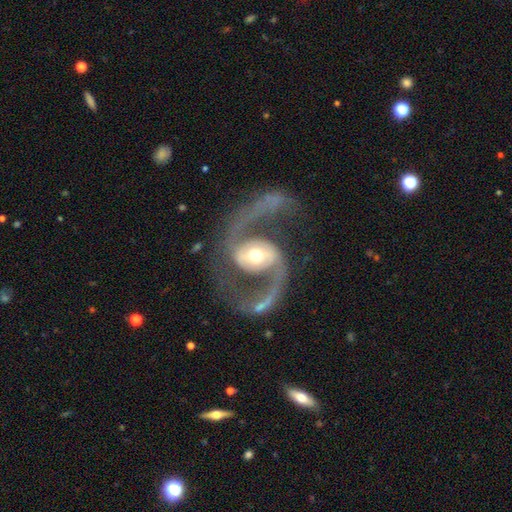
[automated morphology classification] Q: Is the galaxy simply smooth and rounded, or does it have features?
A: featured or disk — 91%.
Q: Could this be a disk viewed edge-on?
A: no — 97%.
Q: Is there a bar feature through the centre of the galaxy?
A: no — 37%.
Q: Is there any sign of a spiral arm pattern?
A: yes — 96%.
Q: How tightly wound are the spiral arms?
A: loose — 66%.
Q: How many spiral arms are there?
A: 2 — 94%.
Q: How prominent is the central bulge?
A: moderate — 70%.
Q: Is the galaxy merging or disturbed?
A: none — 59%.